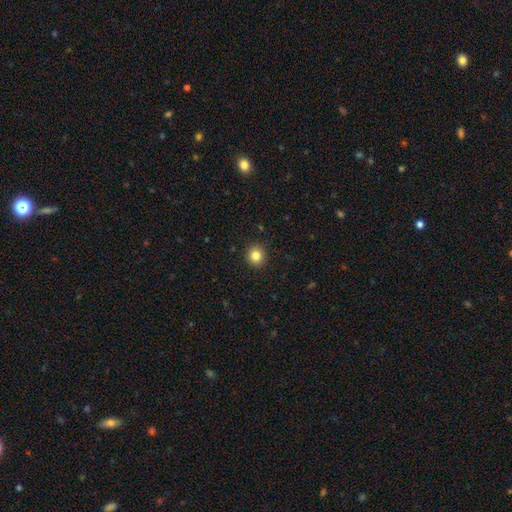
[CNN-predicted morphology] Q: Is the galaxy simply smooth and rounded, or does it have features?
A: smooth — 83%.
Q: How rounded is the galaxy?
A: round — 90%.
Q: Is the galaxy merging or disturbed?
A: none — 91%.